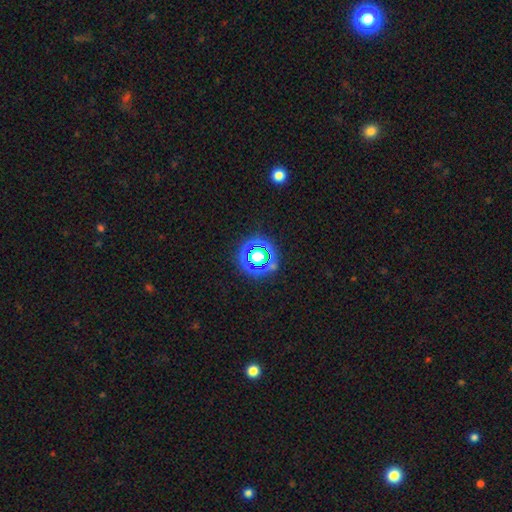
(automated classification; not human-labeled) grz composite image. It shows a star or artifact, not a galaxy (53%).